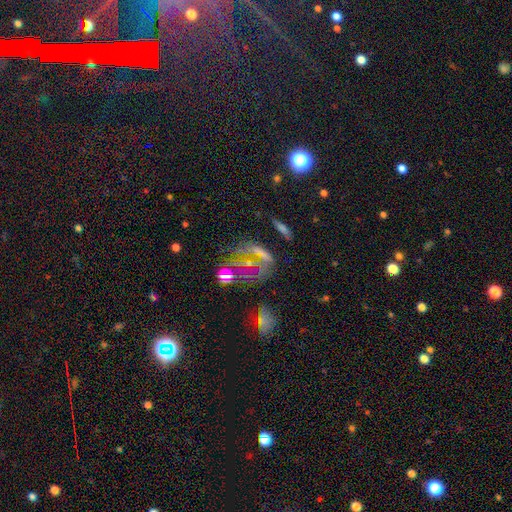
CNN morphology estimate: This appears to be a featured or disk galaxy (38%). Merging: none (49%).